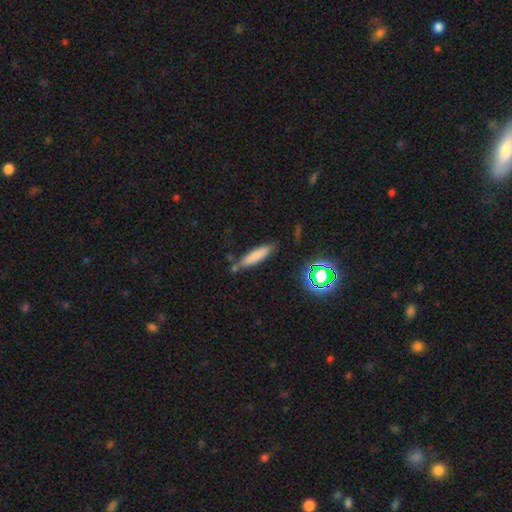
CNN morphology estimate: Overall: smooth (75%). How rounded: cigar-shaped (81%). Merging: none (69%).